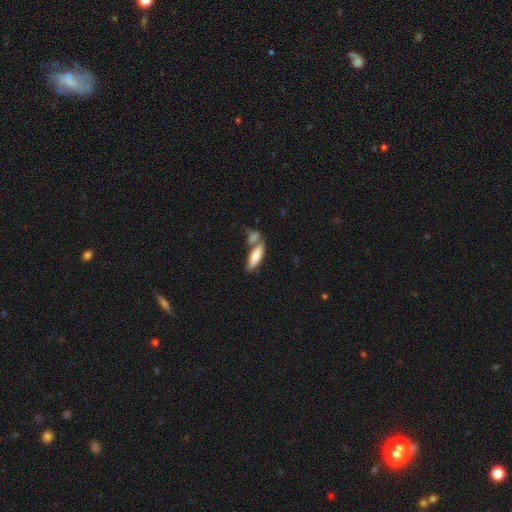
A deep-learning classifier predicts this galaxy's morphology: Smooth or featured?
  - smooth: 75% *
  - featured or disk: 19%
  - star or artifact: 6%
How rounded?
  - in between: 51% *
  - cigar-shaped: 47%
  - round: 2%
Merging?
  - none: 49% *
  - merger: 33%
  - minor disturbance: 13%
  - major disturbance: 5%